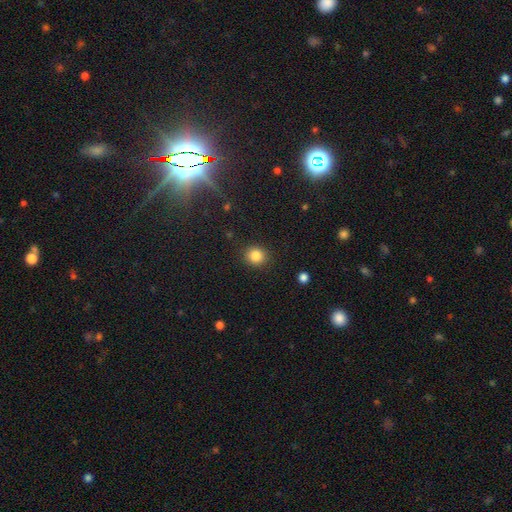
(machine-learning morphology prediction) A smooth galaxy with no disk features (85%) that is round (86%). Merging: none (90%).